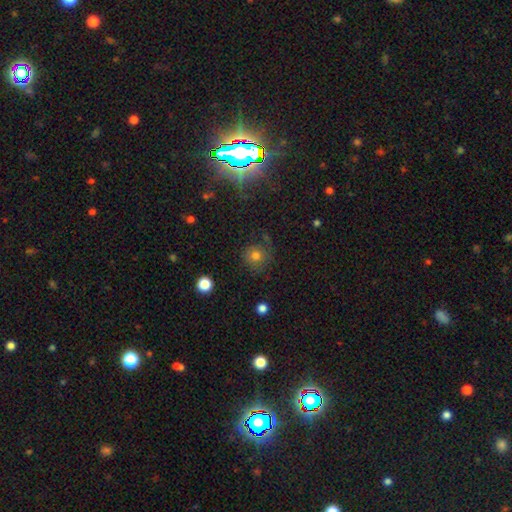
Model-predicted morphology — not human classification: A smooth galaxy with no disk features (74%) that is round (91%).

Vote fractions:
- Smooth or featured? smooth: 74% / star or artifact: 15% / featured or disk: 11%
- How rounded? round: 91% / in between: 8% / cigar-shaped: 1%
- Merging? none: 74% / minor disturbance: 16% / major disturbance: 8% / merger: 3%